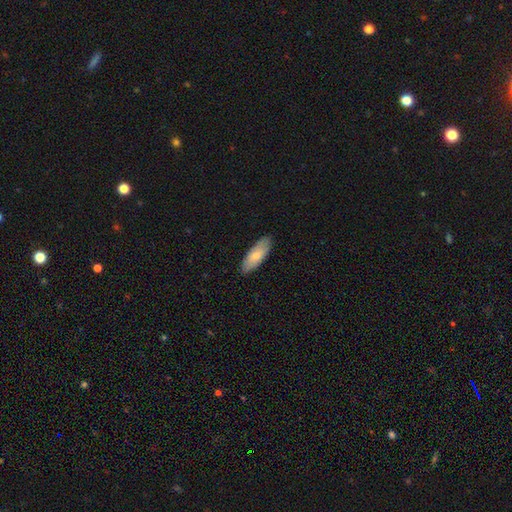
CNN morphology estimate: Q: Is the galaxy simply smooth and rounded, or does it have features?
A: smooth — 74%.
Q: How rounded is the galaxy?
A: in between — 72%.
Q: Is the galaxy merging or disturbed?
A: none — 86%.